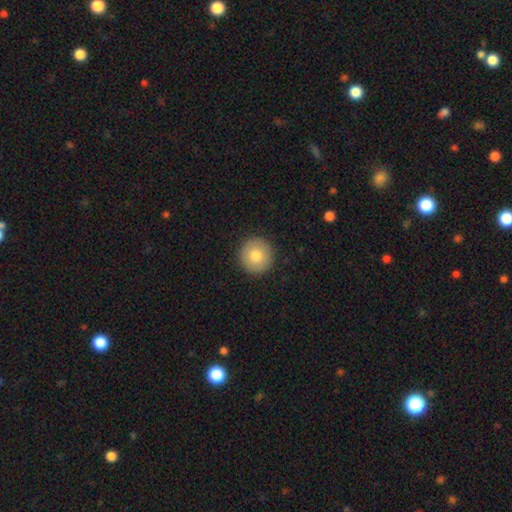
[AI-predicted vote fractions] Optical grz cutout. It shows a smooth galaxy with no disk features (79%) that is round (95%). Merging: none (92%).